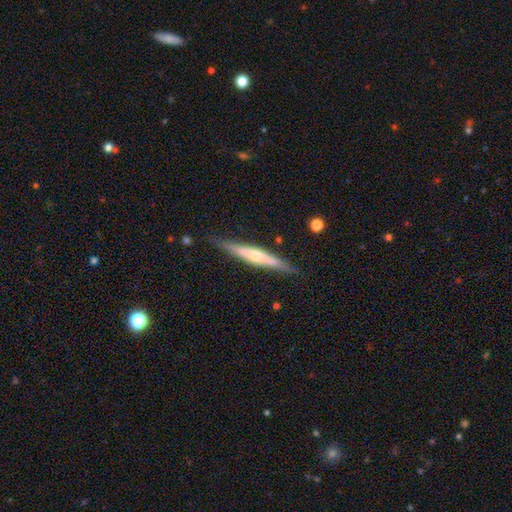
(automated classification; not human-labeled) Overall: featured or disk (67%). Edge-on disk: yes (96%). Edge-on bulge: rounded (74%). Merging: none (85%).